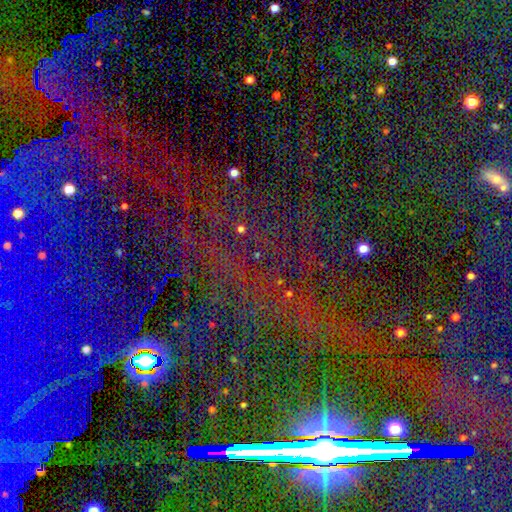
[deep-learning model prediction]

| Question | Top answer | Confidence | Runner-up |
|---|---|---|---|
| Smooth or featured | star or artifact | 86% | smooth (7%) |